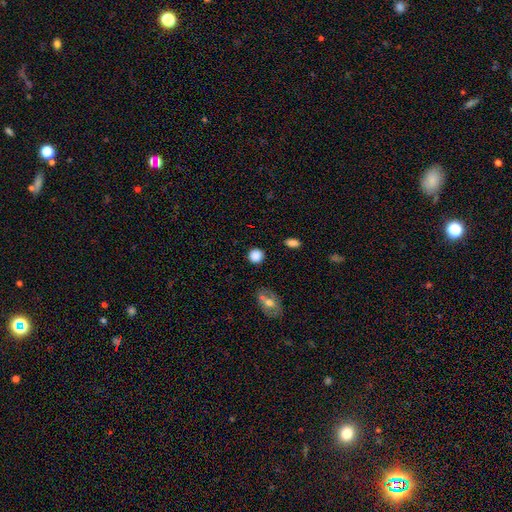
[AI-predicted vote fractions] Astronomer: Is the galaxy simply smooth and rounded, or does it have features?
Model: smooth — 86%.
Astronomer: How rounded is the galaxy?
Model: round — 90%.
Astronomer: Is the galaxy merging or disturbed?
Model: none — 86%.